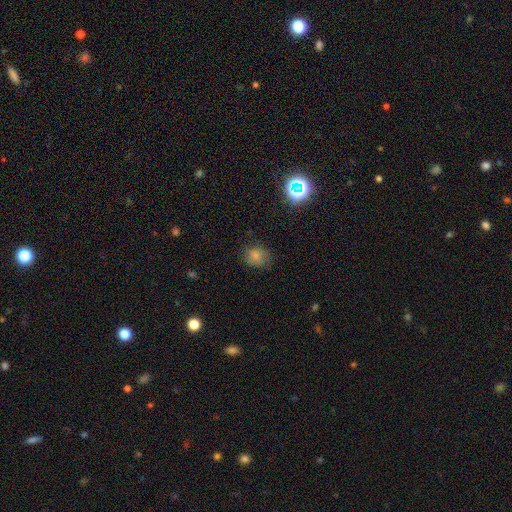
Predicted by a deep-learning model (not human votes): Smooth or featured: smooth — 74% (star or artifact — 14%)
How rounded: round — 68% (in between — 31%)
Merging: none — 72% (minor disturbance — 20%)